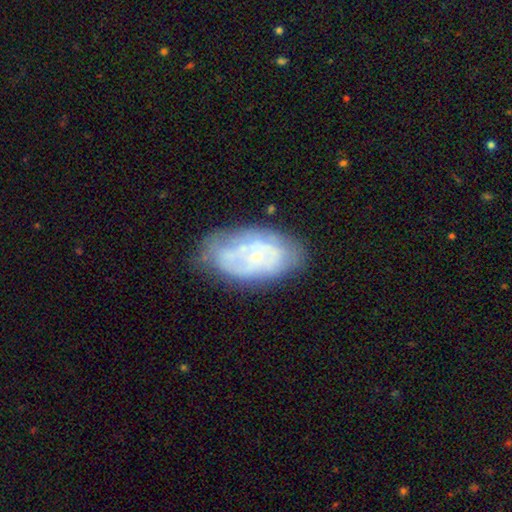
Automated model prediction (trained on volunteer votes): smooth-or-featured: featured or disk: 66% | smooth: 27% | star or artifact: 7%
  disk-edge-on: no: 95% | yes: 5%
    bar: no: 79% | weak: 17% | strong: 4%
    has-spiral-arms: yes: 55% | no: 45%
    bulge-size: small: 75% | moderate: 20% | none: 3% | large: 1% | dominant: 1%
  merging: none: 61% | minor disturbance: 25% | major disturbance: 10% | merger: 3%